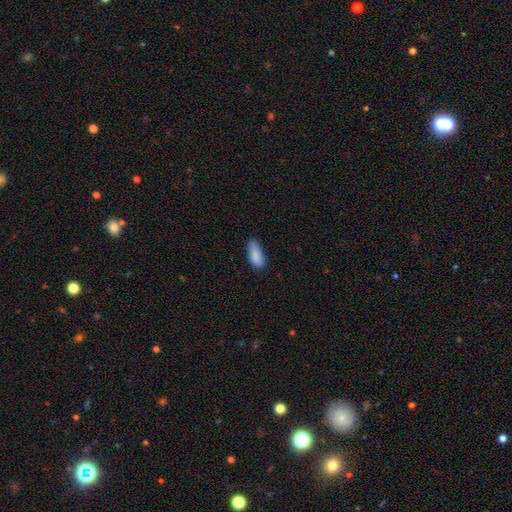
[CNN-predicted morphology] The model was most divided on "merging": none: 70%, minor disturbance: 25%, major disturbance: 4%, merger: 2%. More confident: smooth or featured — smooth (87%); how rounded — in between (84%).